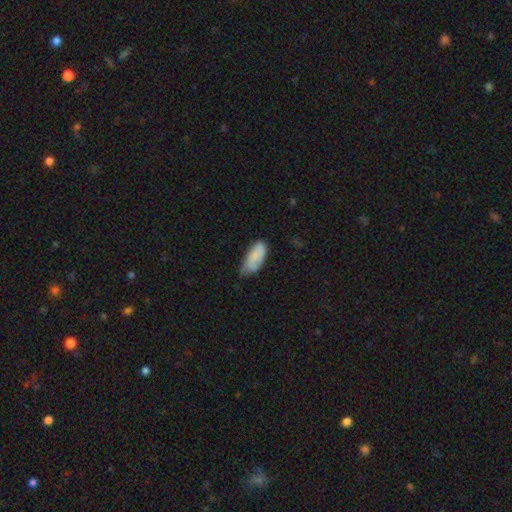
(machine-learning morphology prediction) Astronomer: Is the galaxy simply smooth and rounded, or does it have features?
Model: smooth — 77%.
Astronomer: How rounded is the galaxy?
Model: in between — 89%.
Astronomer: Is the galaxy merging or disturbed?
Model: minor disturbance — 44% (runner-up: none, 43%).